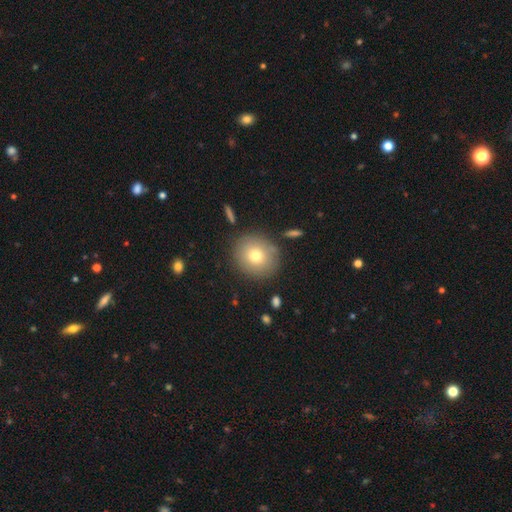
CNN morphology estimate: This appears to be a smooth galaxy with no disk features (74%) that is round (84%). Merging: none (84%).